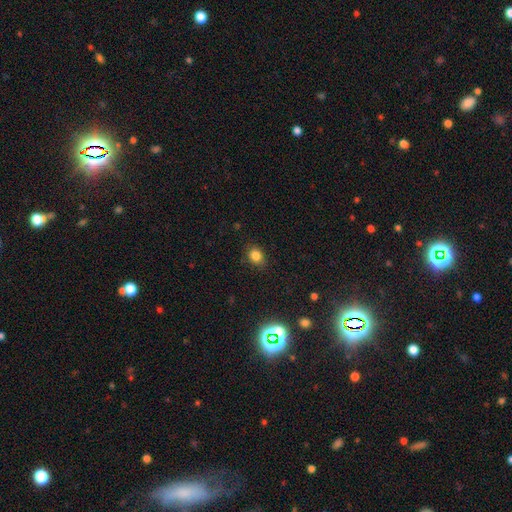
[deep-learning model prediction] Smooth or featured? Predicted: smooth (p=0.82). How rounded? Predicted: in between (p=0.51). Merging? Predicted: none (p=0.84).